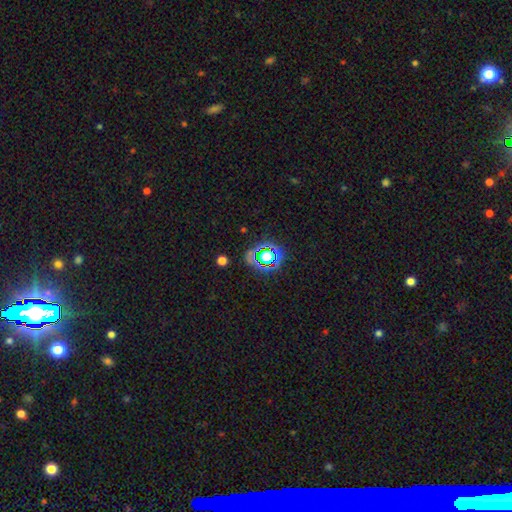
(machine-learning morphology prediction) smooth_or_featured: star or artifact (p=0.73) [alt: smooth p=0.19]